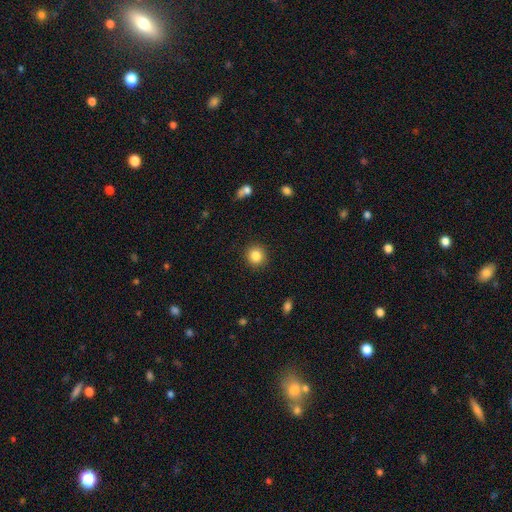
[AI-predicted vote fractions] smooth 85%, star or artifact 10%, featured or disk 5%. Down the decision tree: how rounded — round (92%); merging — none (91%).